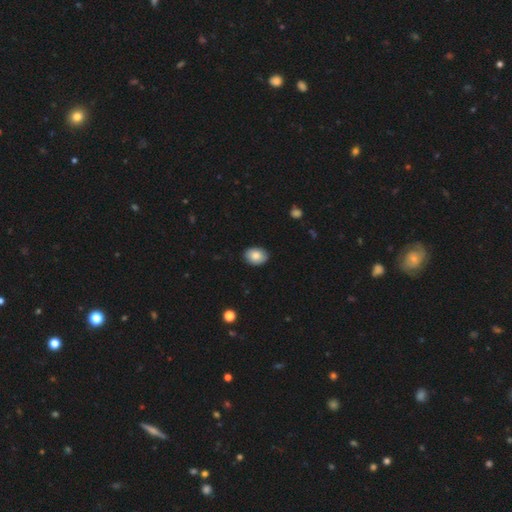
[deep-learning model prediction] Smooth or featured? Predicted: smooth (p=0.84). How rounded? Predicted: in between (p=0.71). Merging? Predicted: none (p=0.89).